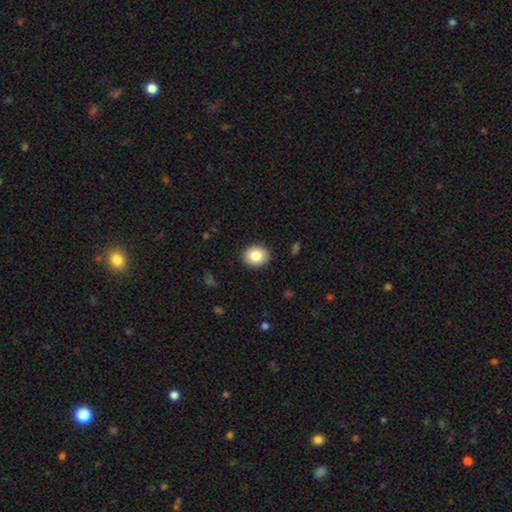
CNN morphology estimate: Smooth or featured? Predicted: smooth (p=0.84). How rounded? Predicted: round (p=0.69). Merging? Predicted: none (p=0.91).